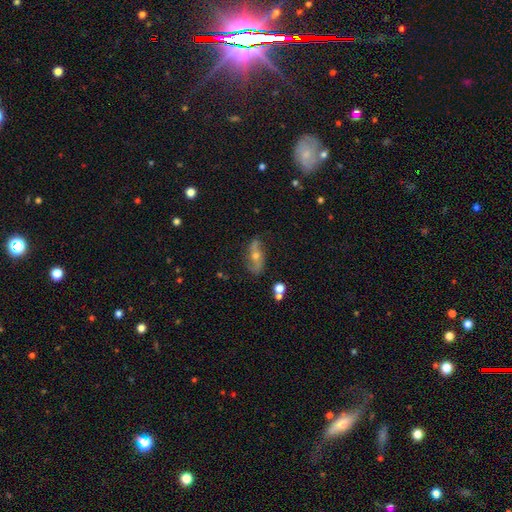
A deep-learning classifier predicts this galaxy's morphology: Q: Smooth or featured?
A: featured or disk (65%); runner-up: smooth (24%)
Q: Edge-on disk?
A: no (82%); runner-up: yes (18%)
Q: Bar?
A: no (63%); runner-up: weak (24%)
Q: Spiral arms?
A: yes (76%); runner-up: no (24%)
Q: Bulge size?
A: moderate (65%); runner-up: small (30%)
Q: Merging?
A: none (73%); runner-up: minor disturbance (17%)